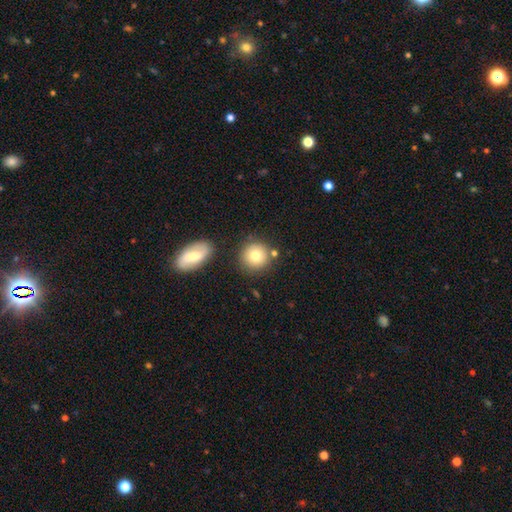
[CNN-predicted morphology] This appears to be a smooth galaxy with no disk features (80%) that is round (92%). Merging: none (78%).